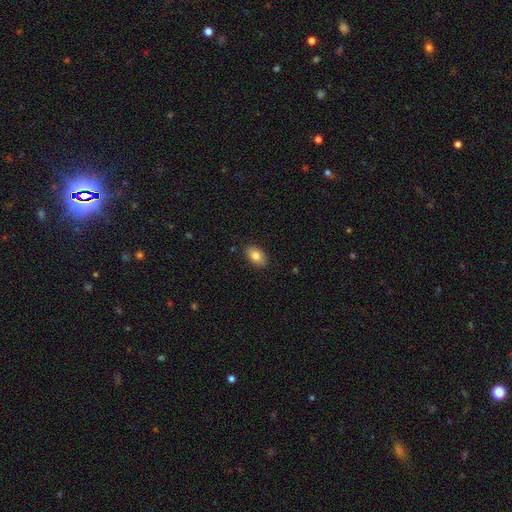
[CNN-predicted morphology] Smooth or featured? smooth (82%)
How rounded? in between (91%)
Merging? none (87%)